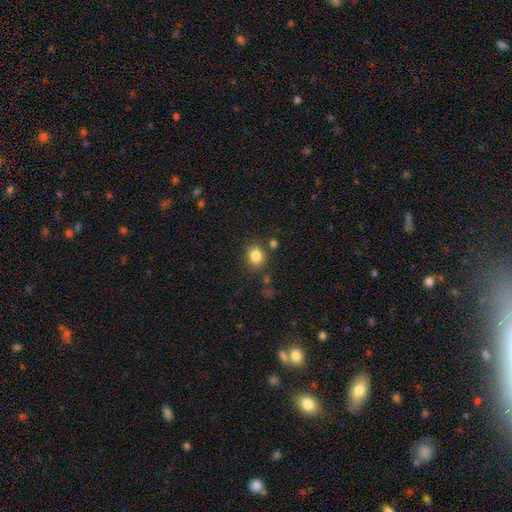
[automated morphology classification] Smooth or featured?
  - smooth: 84% *
  - star or artifact: 11%
  - featured or disk: 6%
How rounded?
  - round: 74% *
  - in between: 25%
  - cigar-shaped: 1%
Merging?
  - none: 80% *
  - minor disturbance: 10%
  - merger: 6%
  - major disturbance: 4%